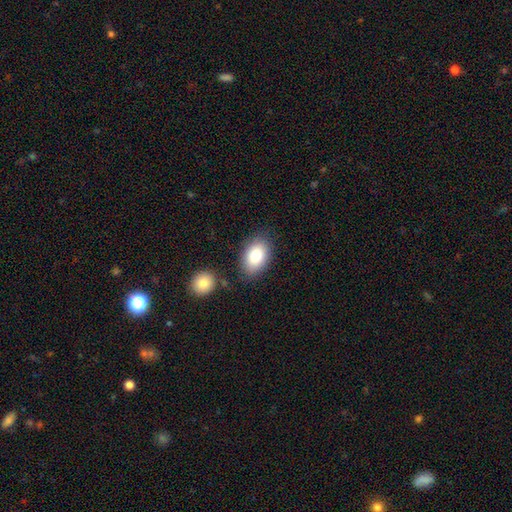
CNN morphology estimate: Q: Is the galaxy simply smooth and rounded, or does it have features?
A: smooth — 85%.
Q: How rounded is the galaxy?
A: in between — 89%.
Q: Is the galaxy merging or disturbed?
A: none — 81%.